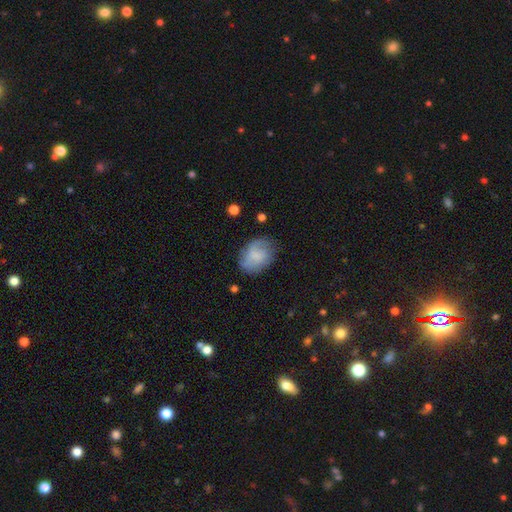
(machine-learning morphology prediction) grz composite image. It shows a smooth galaxy with no disk features (56%) that is in between round and cigar-shaped (60%). Merging: none (67%).